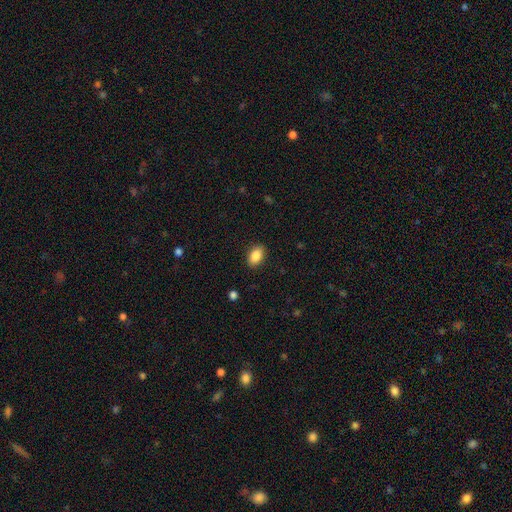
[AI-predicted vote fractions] Morphology: type=smooth (87%); roundness=in between (90%); merging=none (89%).